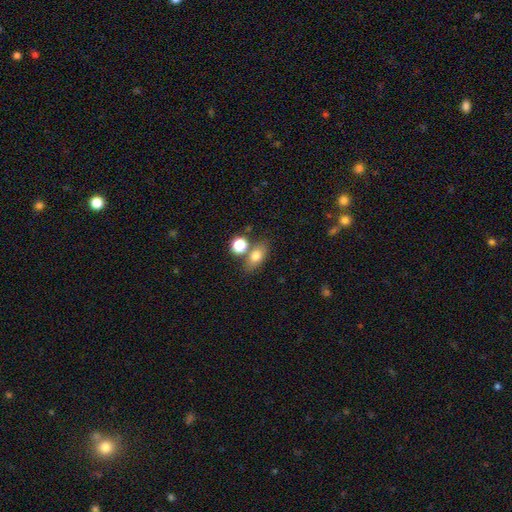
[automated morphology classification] Smooth or featured? Predicted: smooth (p=0.75). How rounded? Predicted: in between (p=0.73). Merging? Predicted: none (p=0.63).